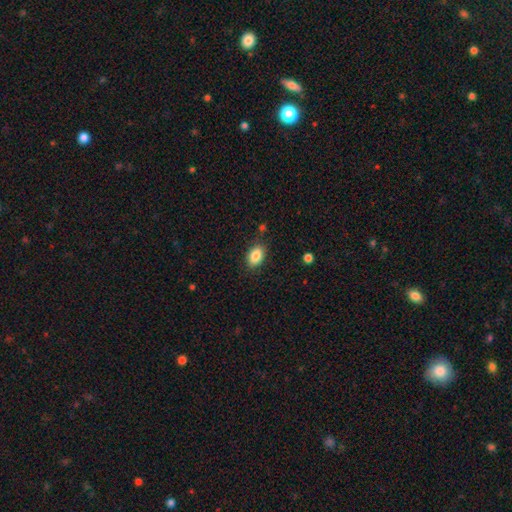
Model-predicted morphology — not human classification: smooth_or_featured: smooth (p=0.85) [alt: star or artifact p=0.08]
how_rounded: in between (p=0.87) [alt: round p=0.12]
merging: none (p=0.84) [alt: minor disturbance p=0.12]